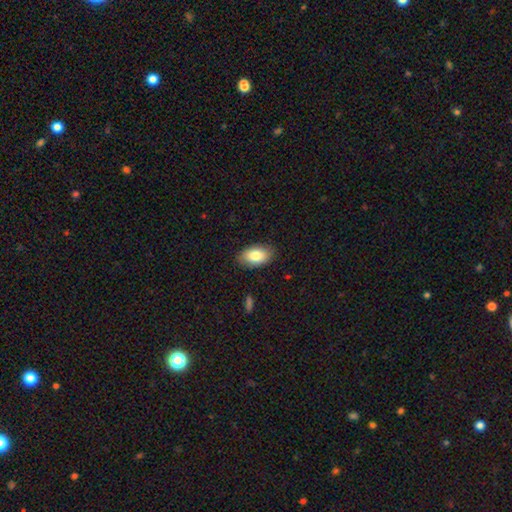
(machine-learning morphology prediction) A smooth galaxy with no disk features (82%) that is in between round and cigar-shaped (93%).

Vote fractions:
- Smooth or featured? smooth: 82% / featured or disk: 12% / star or artifact: 7%
- How rounded? in between: 93% / round: 6% / cigar-shaped: 2%
- Merging? none: 86% / minor disturbance: 10% / major disturbance: 2% / merger: 1%